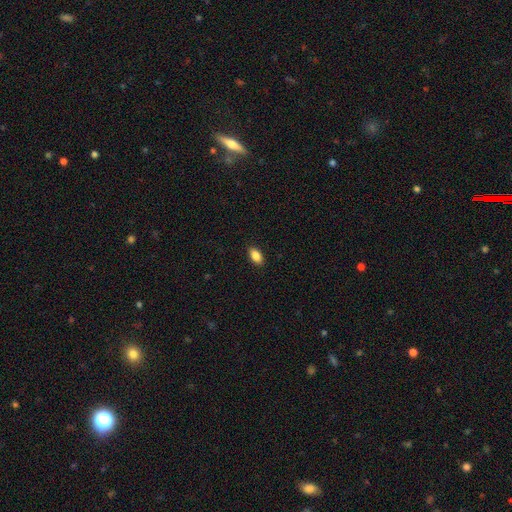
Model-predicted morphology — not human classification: type=smooth (87%); roundness=in between (91%); merging=none (88%).